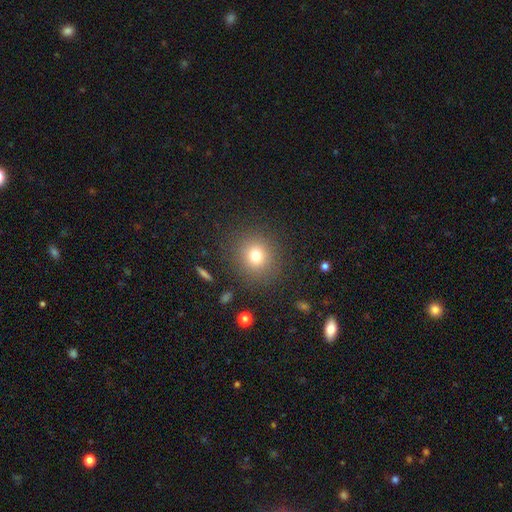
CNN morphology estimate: This is likely a smooth galaxy (75%). How rounded: clearly round (87%). Merging: clearly none (87%).